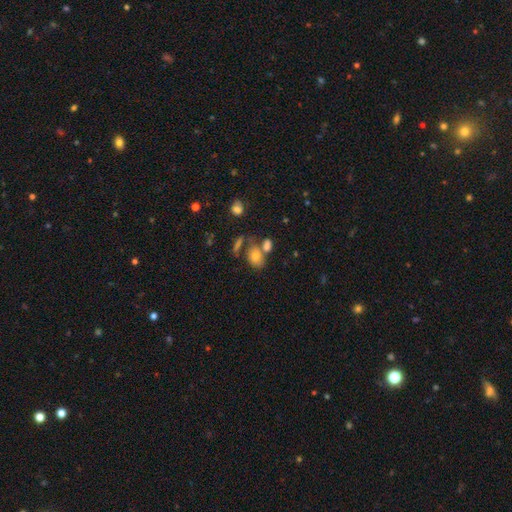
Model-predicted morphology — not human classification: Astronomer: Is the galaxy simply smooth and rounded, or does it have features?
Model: smooth — 73%.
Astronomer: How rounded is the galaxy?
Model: in between — 72%.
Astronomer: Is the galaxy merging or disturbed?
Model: none — 46% (runner-up: merger, 33%).